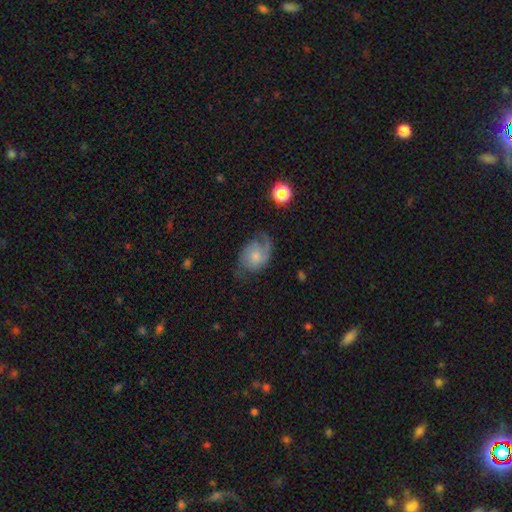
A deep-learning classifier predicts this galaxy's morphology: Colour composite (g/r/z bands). It shows a featured or disk galaxy (63%) with no bar (72%), 2 (55%) medium (42%) spiral arms (90%) and a small central bulge (48%). Merging: none (53%).